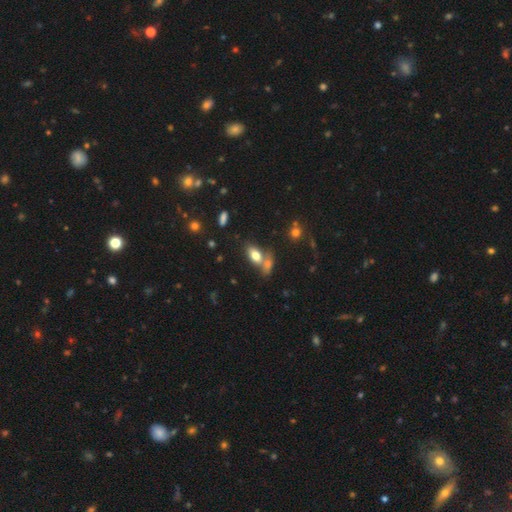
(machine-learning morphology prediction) smooth 75%, featured or disk 16%, star or artifact 10%. Down the decision tree: how rounded — in between (86%); merging — merger (43%).